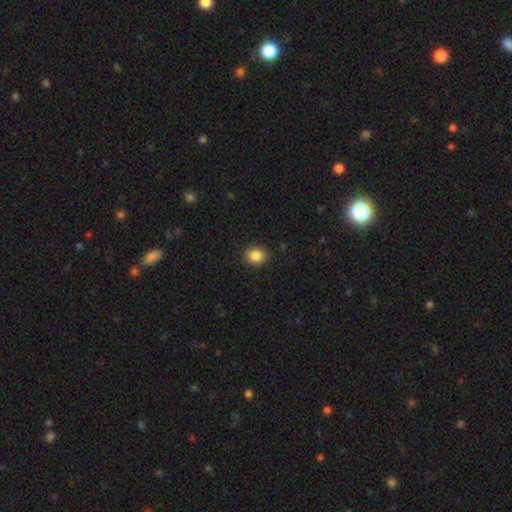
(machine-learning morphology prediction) This is clearly a smooth galaxy (86%). How rounded: likely round (70%). Merging: clearly none (90%).